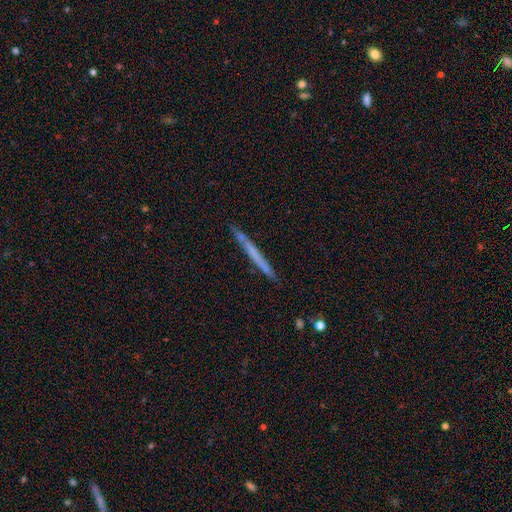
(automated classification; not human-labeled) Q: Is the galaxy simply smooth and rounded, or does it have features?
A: smooth — 51%.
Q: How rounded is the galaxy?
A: cigar-shaped — 97%.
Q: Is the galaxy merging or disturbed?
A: none — 87%.